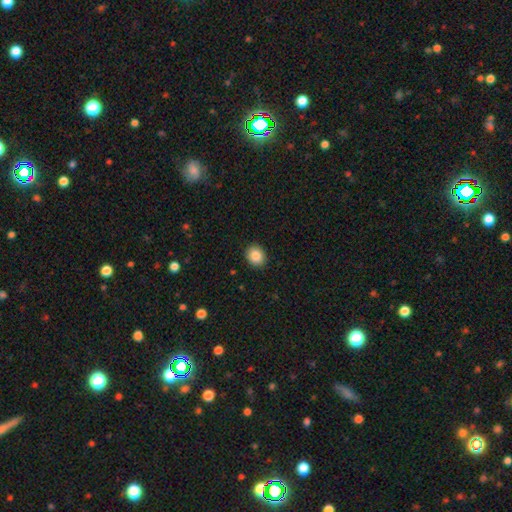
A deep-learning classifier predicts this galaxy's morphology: Smooth or featured? smooth (86%)
How rounded? round (65%)
Merging? none (91%)